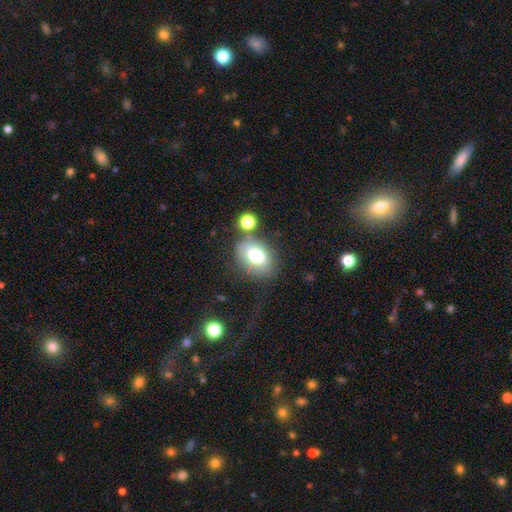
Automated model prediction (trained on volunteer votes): Morphology: type=smooth (71%); roundness=in between (74%); merging=none (62%).